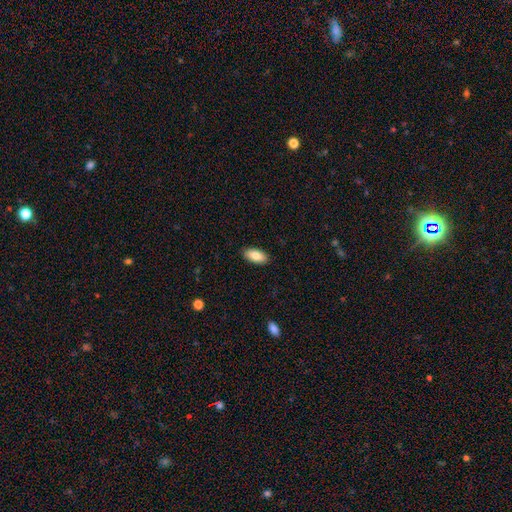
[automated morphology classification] type=smooth (84%); roundness=in between (92%); merging=none (90%).